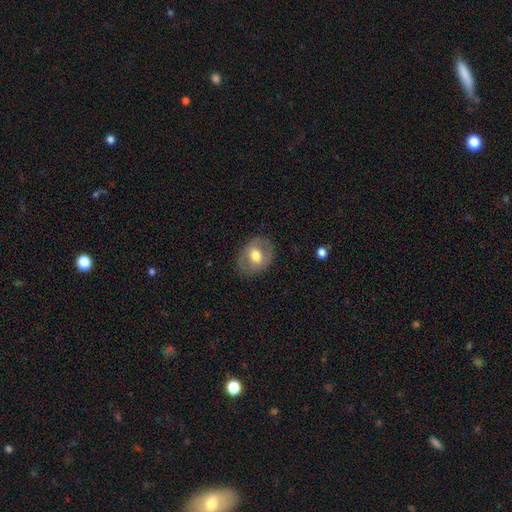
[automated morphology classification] Smooth or featured: smooth — 52% (featured or disk — 41%)
How rounded: in between — 56% (round — 43%)
Merging: none — 80% (minor disturbance — 13%)